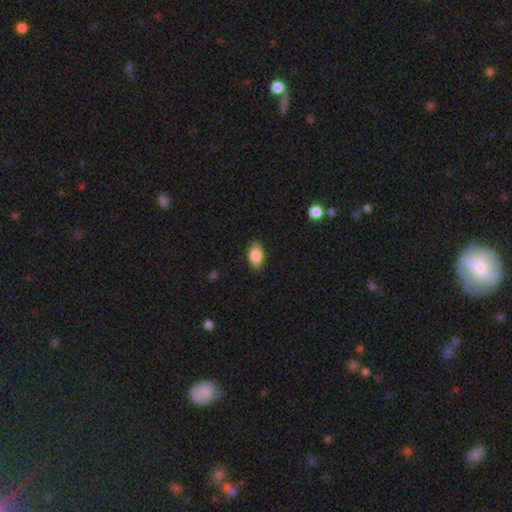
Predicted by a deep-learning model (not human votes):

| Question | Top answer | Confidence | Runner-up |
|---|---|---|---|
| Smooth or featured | smooth | 83% | featured or disk (10%) |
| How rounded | in between | 90% | round (8%) |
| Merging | none | 85% | minor disturbance (12%) |